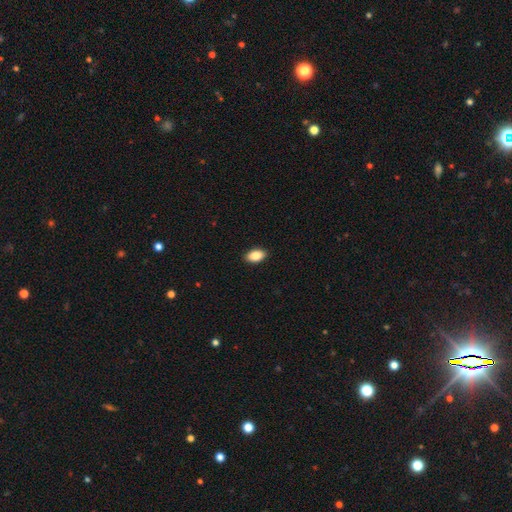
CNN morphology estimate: Overall: smooth (87%). How rounded: in between (92%). Merging: none (91%).